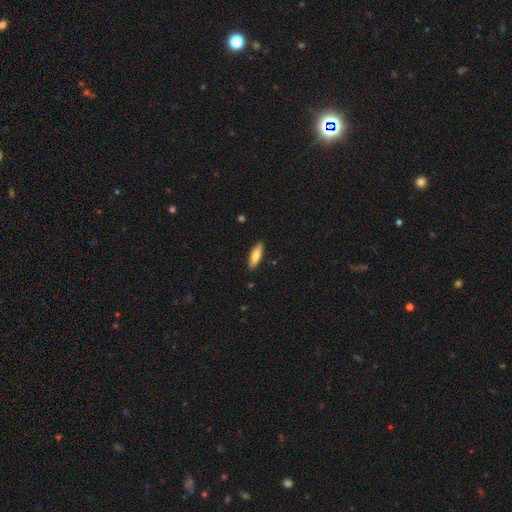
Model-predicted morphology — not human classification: This is likely a smooth galaxy (77%). How rounded: possibly cigar-shaped (54%). Merging: clearly none (87%).